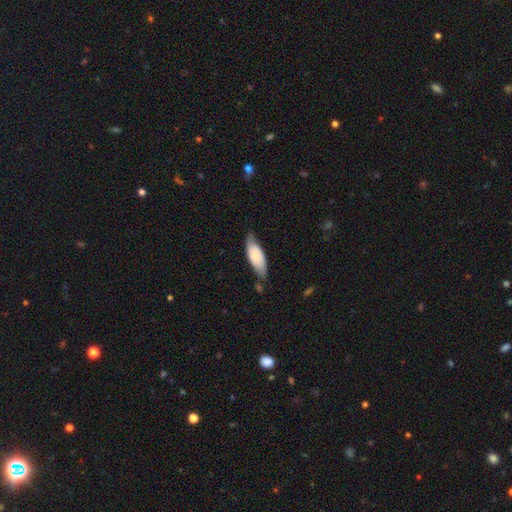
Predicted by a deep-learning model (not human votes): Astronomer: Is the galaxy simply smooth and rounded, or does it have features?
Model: smooth — 70%.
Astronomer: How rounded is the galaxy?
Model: in between — 72%.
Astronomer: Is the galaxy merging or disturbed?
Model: none — 61%.